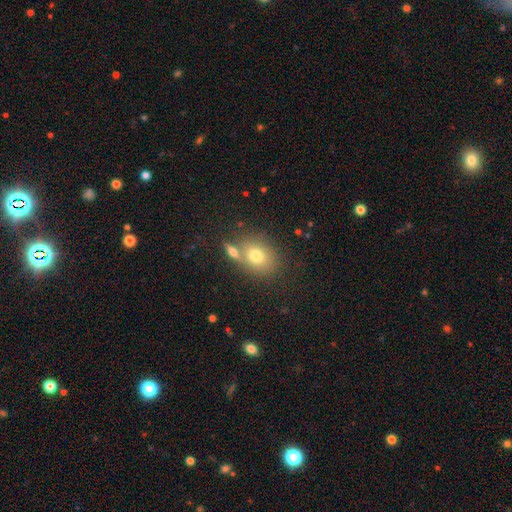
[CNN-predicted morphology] smooth-or-featured: smooth: 75% | featured or disk: 15% | star or artifact: 11%
  how-rounded: round: 49% (tied) | in between: 49% (tied) | cigar-shaped: 2%
  merging: none: 56% | merger: 27% | minor disturbance: 12% | major disturbance: 4%